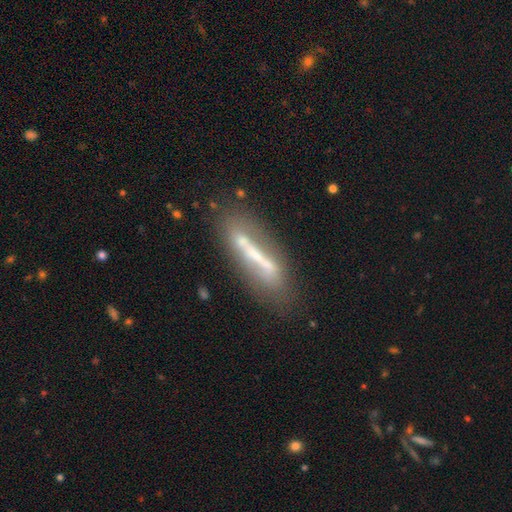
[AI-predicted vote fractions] A featured or disk galaxy (55%) viewed edge-on (52%).

Vote fractions:
- Smooth or featured? featured or disk: 55% / smooth: 35% / star or artifact: 10%
- Edge-on disk? yes: 52% / no: 48%
- Merging? none: 59% / minor disturbance: 19% / major disturbance: 11% / merger: 10%